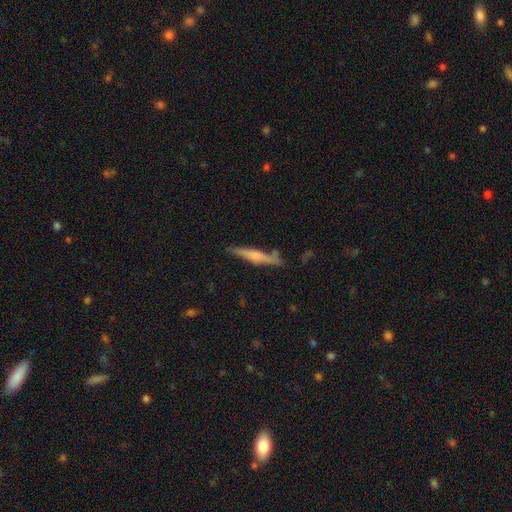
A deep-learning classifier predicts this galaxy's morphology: smooth_or_featured: smooth (p=0.47) [tied with: featured or disk p=0.47]
merging: none (p=0.72) [alt: minor disturbance p=0.18]